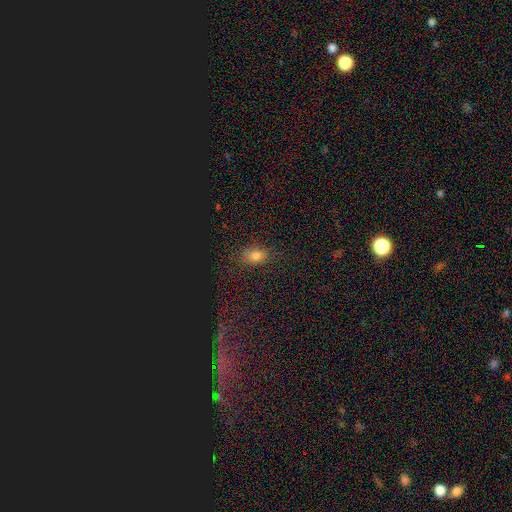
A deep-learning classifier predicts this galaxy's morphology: smooth-or-featured: smooth: 73% | star or artifact: 20% | featured or disk: 8%
  how-rounded: in between: 68% | round: 29% | cigar-shaped: 3%
  merging: none: 79% | minor disturbance: 14% | major disturbance: 5% | merger: 2%